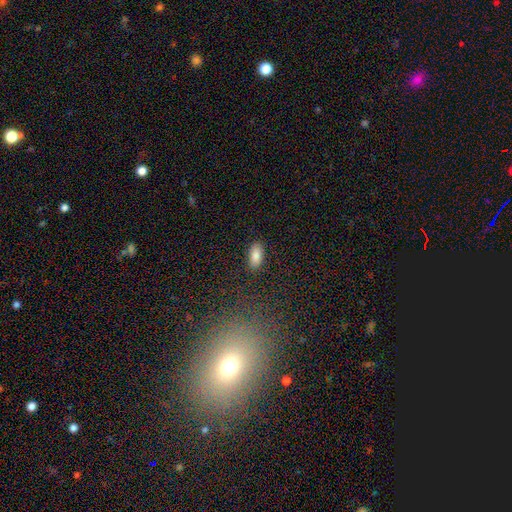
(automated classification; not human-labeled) Smooth or featured? Predicted: smooth (p=0.86). How rounded? Predicted: in between (p=0.90). Merging? Predicted: none (p=0.86).